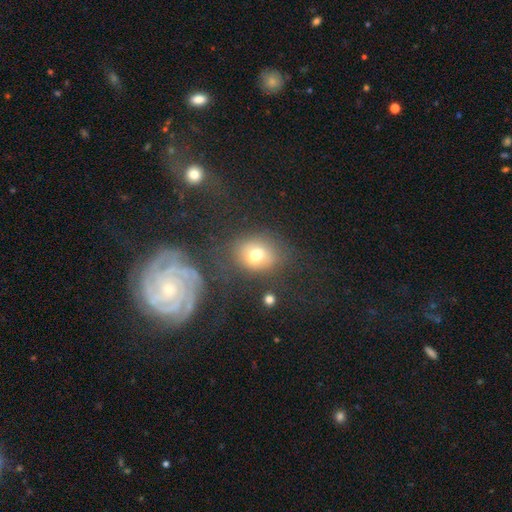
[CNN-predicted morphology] The model was most divided on "how rounded": round: 60%, in between: 38%, cigar-shaped: 1%. More confident: smooth or featured — smooth (69%); merging — none (69%).